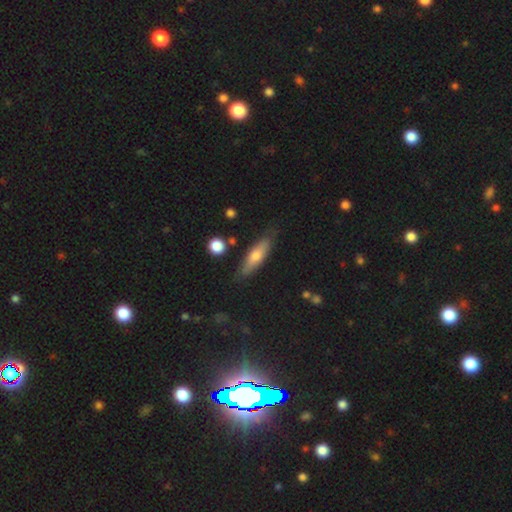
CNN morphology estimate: smooth_or_featured: smooth (p=0.59) [alt: featured or disk p=0.35]
how_rounded: cigar-shaped (p=0.57) [alt: in between p=0.41]
merging: none (p=0.78) [alt: minor disturbance p=0.16]